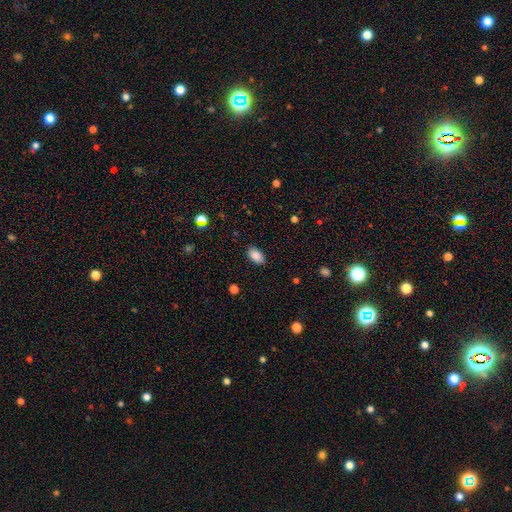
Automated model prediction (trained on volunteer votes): smooth 88%, star or artifact 8%, featured or disk 4%. Down the decision tree: how rounded — in between (93%); merging — none (87%).